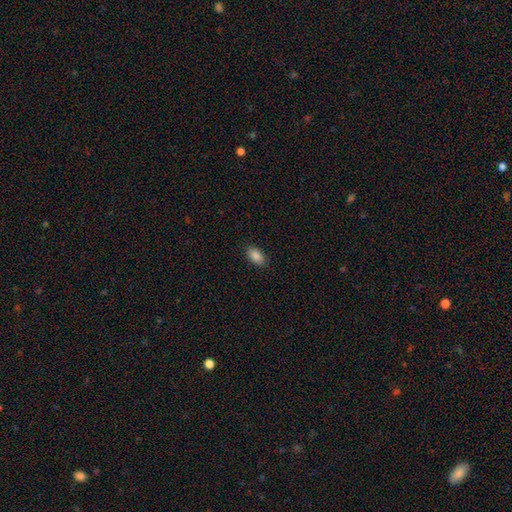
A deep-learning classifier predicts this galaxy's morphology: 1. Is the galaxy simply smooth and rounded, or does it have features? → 88% smooth, 8% star or artifact, 4% featured or disk.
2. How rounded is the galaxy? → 93% in between, 5% round, 2% cigar-shaped.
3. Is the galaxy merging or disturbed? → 88% none, 9% minor disturbance, 2% major disturbance, 1% merger.